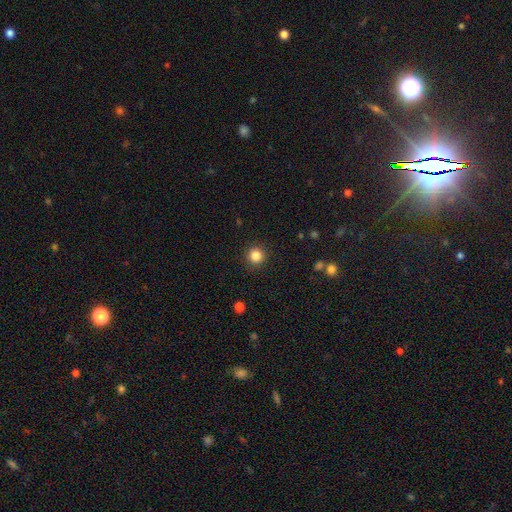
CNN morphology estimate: A smooth galaxy with no disk features (84%) that is round (94%).

Vote fractions:
- Smooth or featured? smooth: 84% / star or artifact: 11% / featured or disk: 4%
- How rounded? round: 94% / in between: 5% / cigar-shaped: 1%
- Merging? none: 91% / minor disturbance: 6% / major disturbance: 2% / merger: 1%